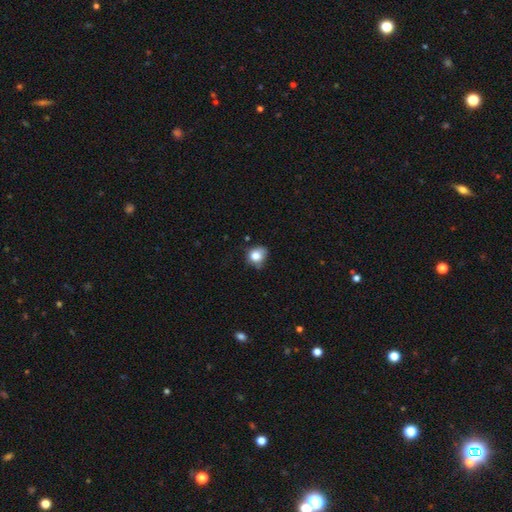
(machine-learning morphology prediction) type=smooth (78%); roundness=round (69%); merging=none (48%).